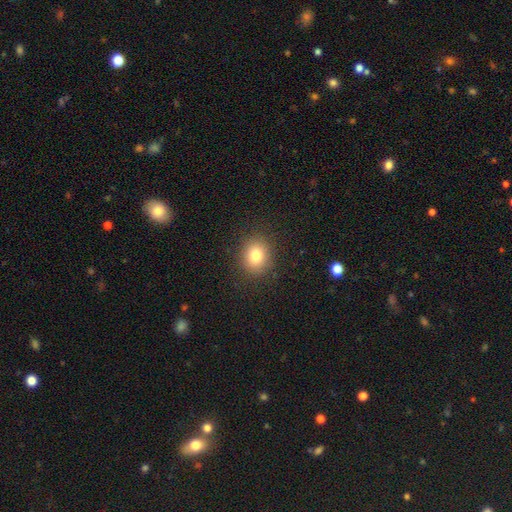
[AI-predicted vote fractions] smooth-or-featured: smooth: 79% | star or artifact: 12% | featured or disk: 9%
  how-rounded: round: 67% | in between: 32% | cigar-shaped: 1%
  merging: none: 88% | minor disturbance: 8% | major disturbance: 3% | merger: 1%